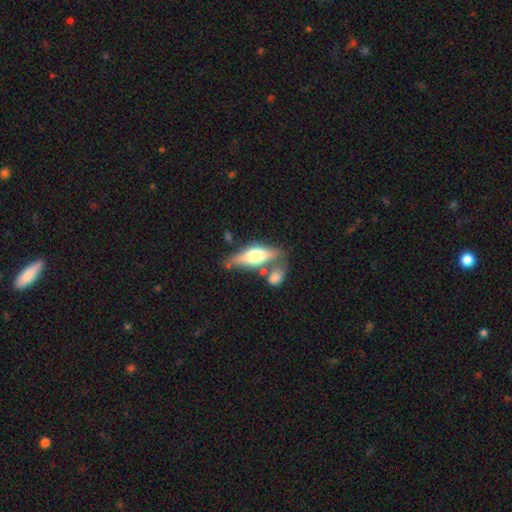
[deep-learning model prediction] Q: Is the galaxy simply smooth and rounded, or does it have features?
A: featured or disk — 52%.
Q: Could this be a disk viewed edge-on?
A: yes — 84%.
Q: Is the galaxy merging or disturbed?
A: none — 55%.